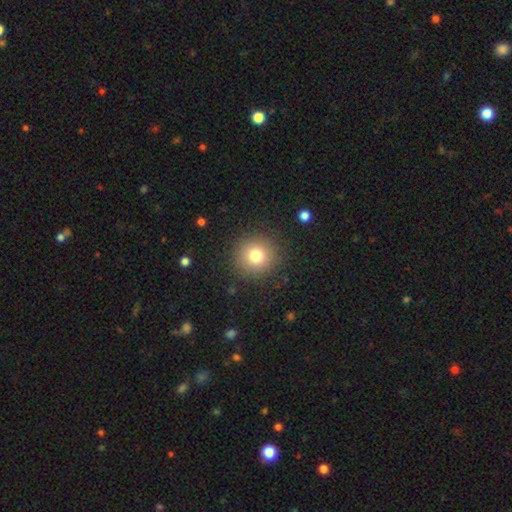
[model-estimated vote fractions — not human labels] Smooth or featured? smooth (77%)
How rounded? round (93%)
Merging? none (89%)